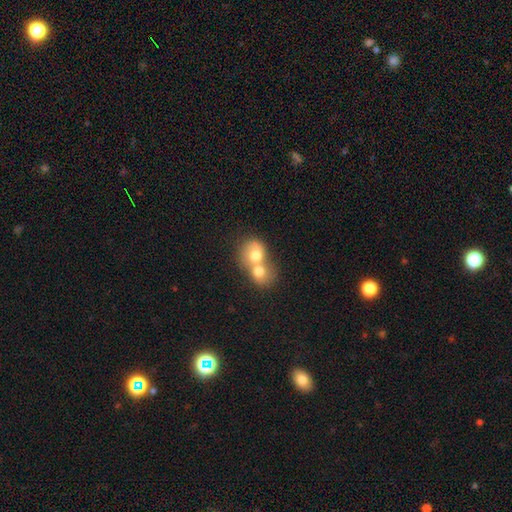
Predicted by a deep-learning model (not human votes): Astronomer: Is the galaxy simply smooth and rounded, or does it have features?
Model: smooth — 68%.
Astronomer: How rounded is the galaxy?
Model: round — 63%.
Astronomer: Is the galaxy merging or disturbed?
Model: merger — 78%.